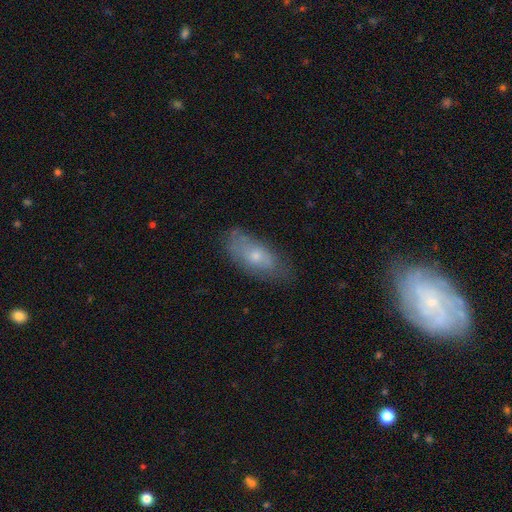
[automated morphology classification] smooth_or_featured: smooth (p=0.58) [alt: featured or disk p=0.34]
how_rounded: in between (p=0.85) [alt: cigar-shaped p=0.12]
merging: none (p=0.65) [alt: minor disturbance p=0.26]